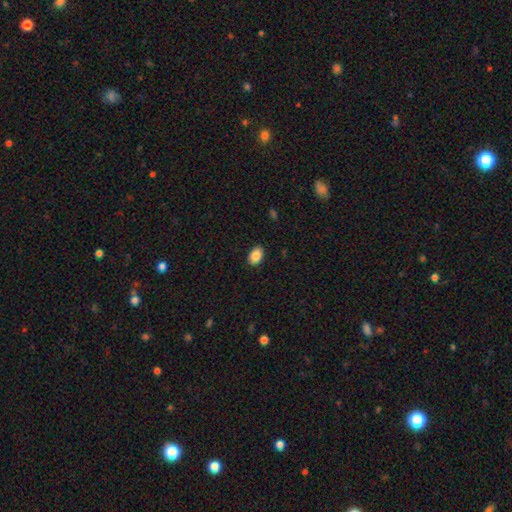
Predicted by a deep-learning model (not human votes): Morphology: type=smooth (88%); roundness=in between (85%); merging=none (89%).